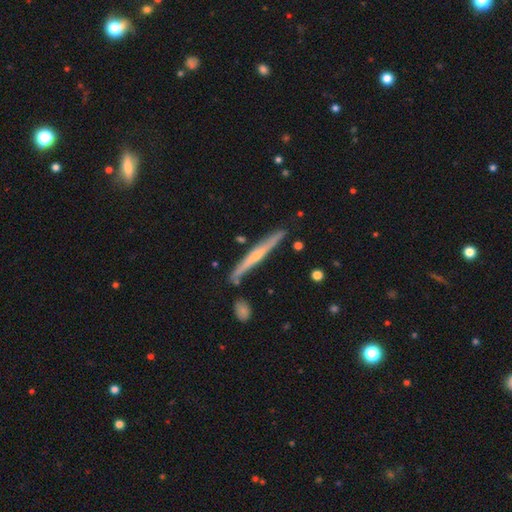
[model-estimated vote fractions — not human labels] This appears to be a featured or disk galaxy (64%) viewed edge-on (97%) with a rounded central bulge (58%). Merging: none (84%).